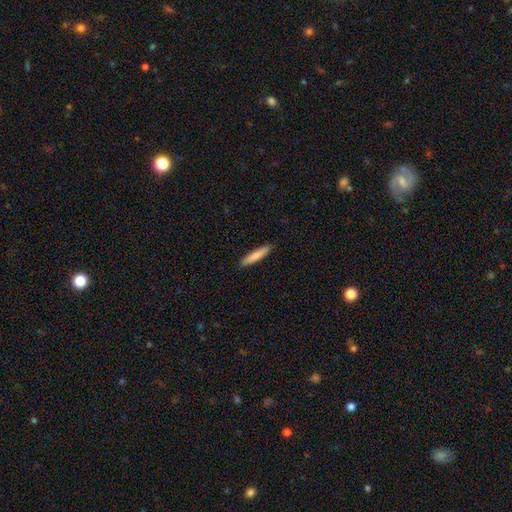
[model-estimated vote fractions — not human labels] Smooth or featured: smooth — 81% (featured or disk — 14%)
How rounded: cigar-shaped — 91% (in between — 8%)
Merging: none — 91% (minor disturbance — 7%)